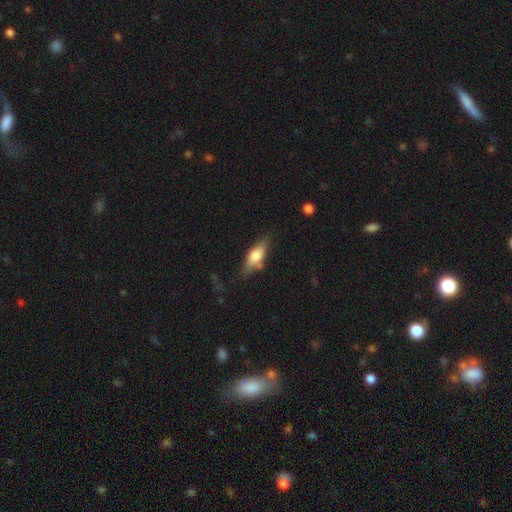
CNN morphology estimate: Smooth or featured? smooth (61%)
How rounded? in between (67%)
Merging? none (67%)